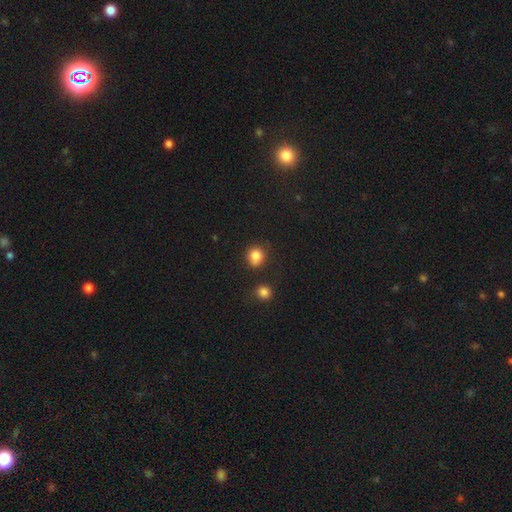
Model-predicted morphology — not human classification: This appears to be a smooth galaxy with no disk features (83%) that is round (77%). Merging: none (69%).